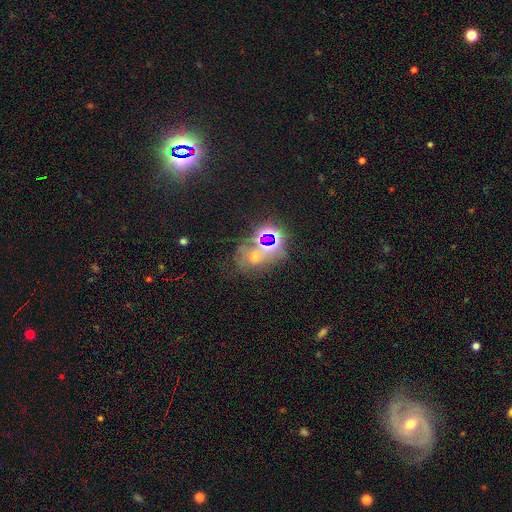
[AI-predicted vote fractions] The model was most divided on "smooth or featured": star or artifact: 56%, smooth: 26%, featured or disk: 18%.